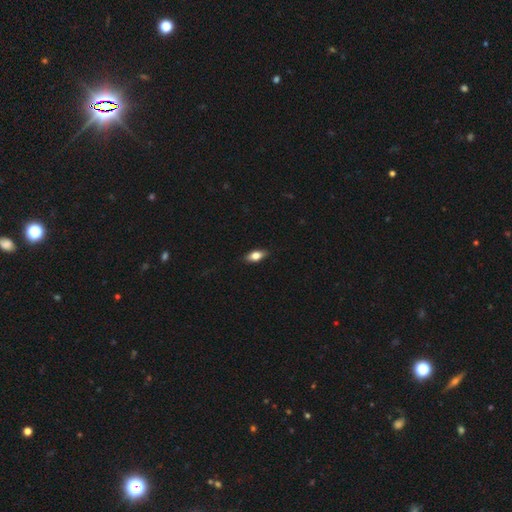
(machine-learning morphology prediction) This is likely a smooth galaxy (72%). How rounded: clearly in between (83%). Merging: clearly none (87%).